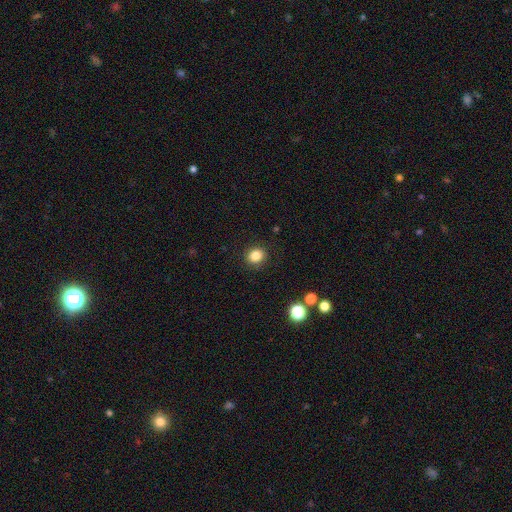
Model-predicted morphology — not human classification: smooth_or_featured: smooth (p=0.84) [alt: star or artifact p=0.11]
how_rounded: round (p=0.78) [alt: in between p=0.21]
merging: none (p=0.88) [alt: minor disturbance p=0.08]